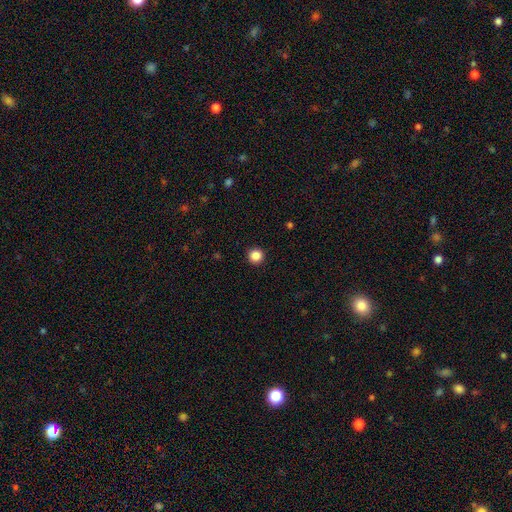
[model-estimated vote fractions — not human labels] Q: Smooth or featured?
A: smooth (86%); runner-up: star or artifact (11%)
Q: How rounded?
A: round (96%); runner-up: in between (3%)
Q: Merging?
A: none (93%); runner-up: minor disturbance (4%)